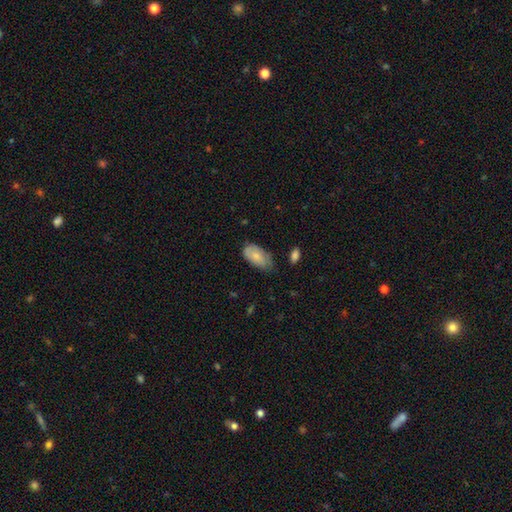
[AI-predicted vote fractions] Smooth or featured? smooth (77%)
How rounded? in between (94%)
Merging? none (55%)